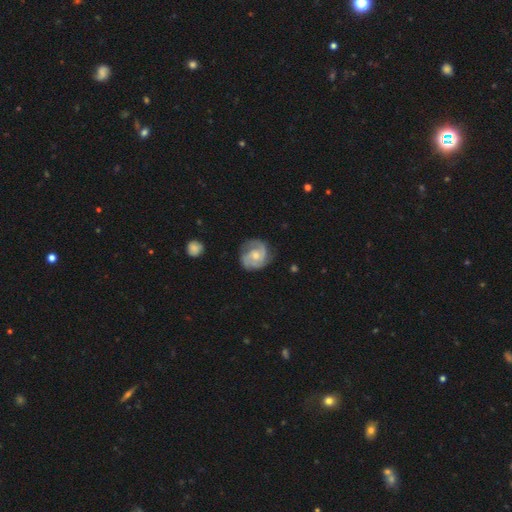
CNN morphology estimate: The model was most divided on "spiral winding": tight: 45%, medium: 43%, loose: 13%. More confident: edge-on disk — no (98%); spiral arms — yes (95%); smooth or featured — featured or disk (80%); merging — none (71%); bar — no (67%); spiral arm count — 2 (54%); bulge size — moderate (54%).